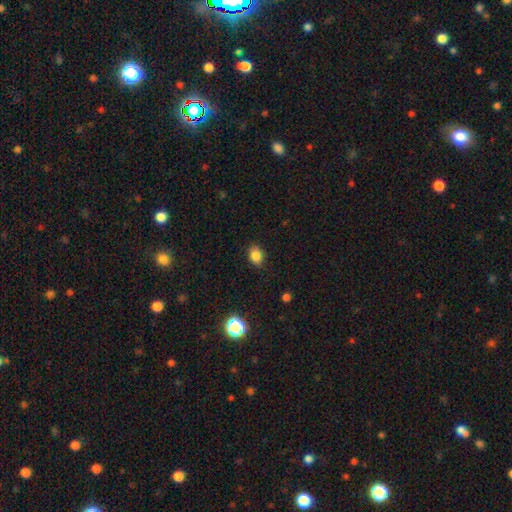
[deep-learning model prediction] smooth-or-featured: smooth: 83% | star or artifact: 11% | featured or disk: 5%
  how-rounded: in between: 69% | round: 30% | cigar-shaped: 1%
  merging: none: 84% | minor disturbance: 12% | major disturbance: 3% | merger: 1%